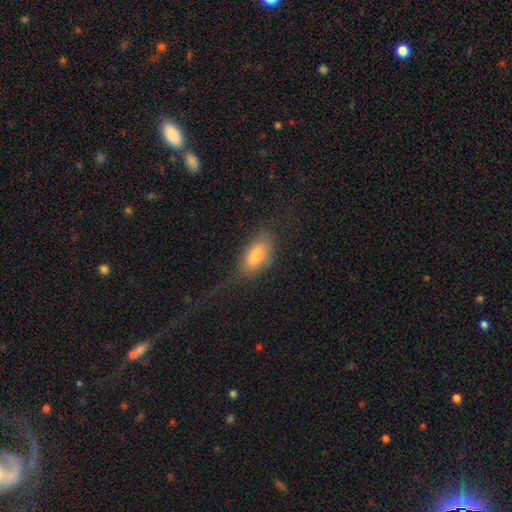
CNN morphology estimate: A smooth galaxy with no disk features (75%) that is in between round and cigar-shaped (88%).

Vote fractions:
- Smooth or featured? smooth: 75% / featured or disk: 17% / star or artifact: 8%
- How rounded? in between: 88% / cigar-shaped: 8% / round: 4%
- Merging? none: 52% / major disturbance: 23% / minor disturbance: 22% / merger: 2%